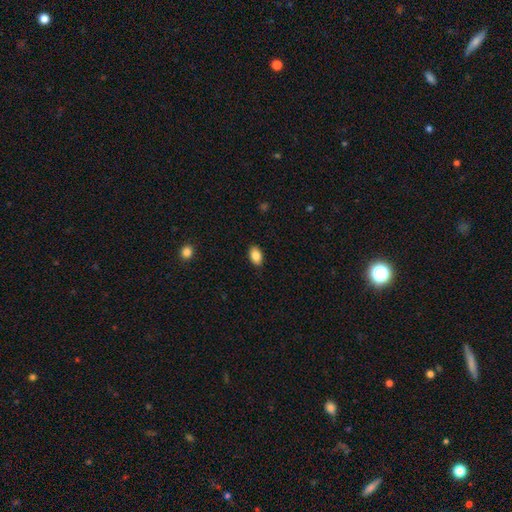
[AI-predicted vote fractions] Smooth or featured? Predicted: smooth (p=0.86). How rounded? Predicted: in between (p=0.90). Merging? Predicted: none (p=0.88).